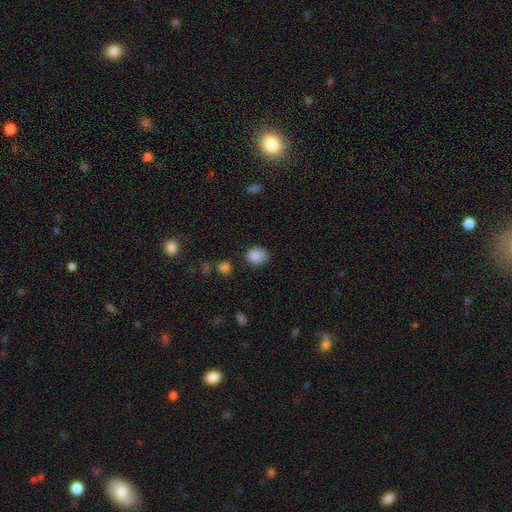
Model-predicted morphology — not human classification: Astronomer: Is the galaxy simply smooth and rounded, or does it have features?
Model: smooth — 85%.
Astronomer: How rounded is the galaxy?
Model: round — 66%.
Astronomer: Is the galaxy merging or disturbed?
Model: none — 73%.